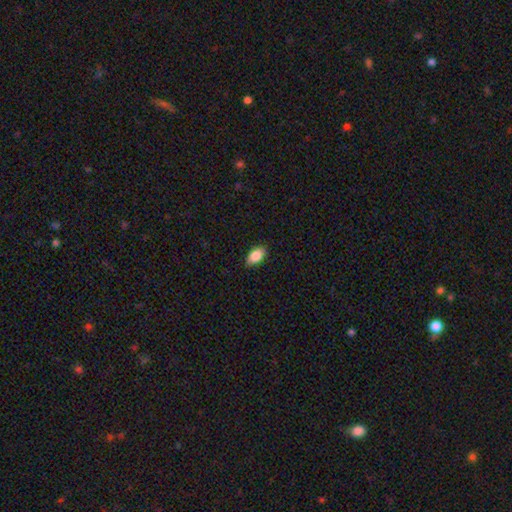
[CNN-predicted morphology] Overall: smooth (86%). How rounded: in between (92%). Merging: none (84%).